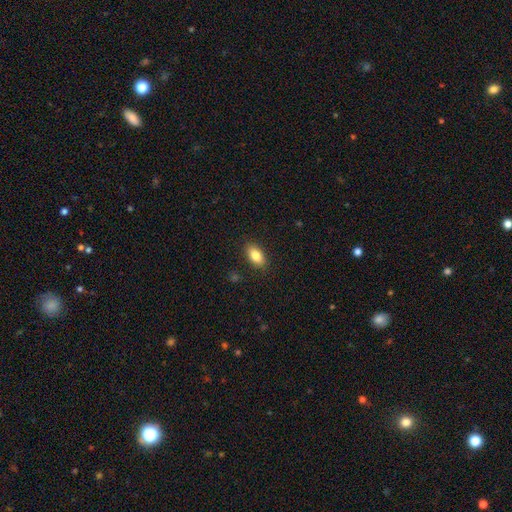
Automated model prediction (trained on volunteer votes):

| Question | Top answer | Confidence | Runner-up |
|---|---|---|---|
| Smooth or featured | smooth | 83% | featured or disk (10%) |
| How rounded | in between | 89% | cigar-shaped (6%) |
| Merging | none | 88% | minor disturbance (9%) |